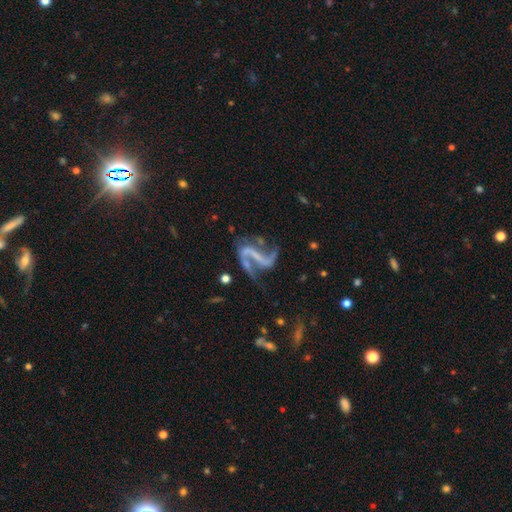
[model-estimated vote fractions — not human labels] Smooth or featured: featured or disk — 86% (star or artifact — 8%)
Edge-on disk: no — 97% (yes — 3%)
Bar: strong — 52% (weak — 27%)
Spiral arms: yes — 93% (no — 7%)
Spiral winding: loose — 68% (medium — 26%)
Spiral arm count: 2 — 86% (1 — 6%)
Bulge size: none — 63% (small — 27%)
Merging: none — 52% (major disturbance — 24%)